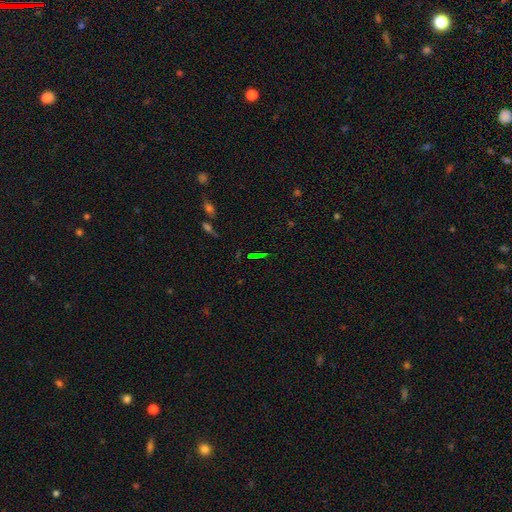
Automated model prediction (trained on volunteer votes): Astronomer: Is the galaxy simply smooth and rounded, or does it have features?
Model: star or artifact — 60%.